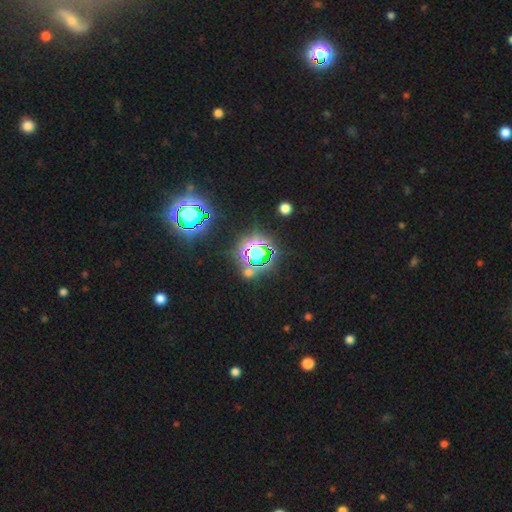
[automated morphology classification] Smooth or featured?
  - star or artifact: 80% *
  - smooth: 13%
  - featured or disk: 7%